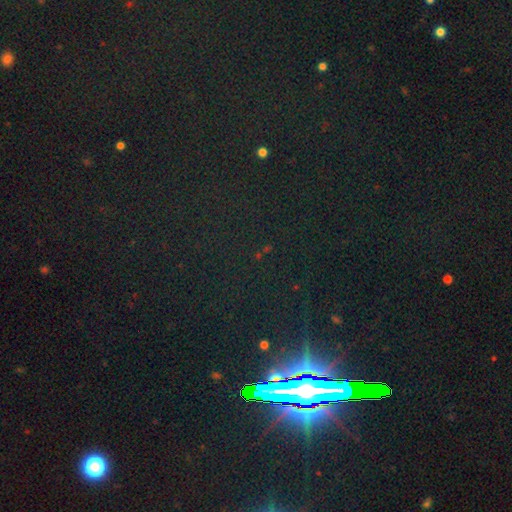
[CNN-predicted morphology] Smooth or featured? star or artifact (82%)